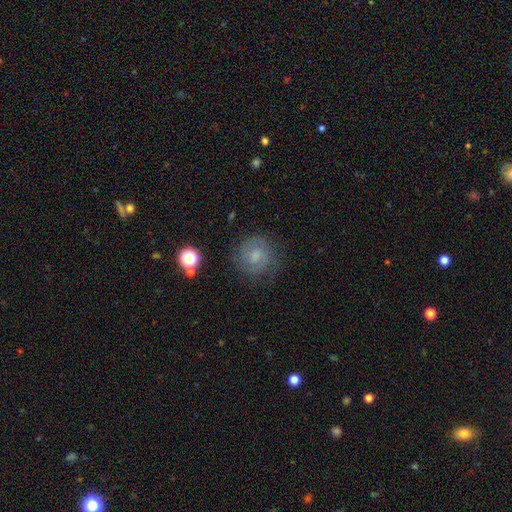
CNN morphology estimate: smooth_or_featured: featured or disk (p=0.56) [alt: smooth p=0.34]
disk_edge_on: no (p=0.98) [alt: yes p=0.02]
bar: no (p=0.52) [alt: weak p=0.42]
has_spiral_arms: yes (p=0.89) [alt: no p=0.11]
bulge_size: small (p=0.43) [alt: moderate p=0.30]
merging: none (p=0.78) [alt: minor disturbance p=0.14]